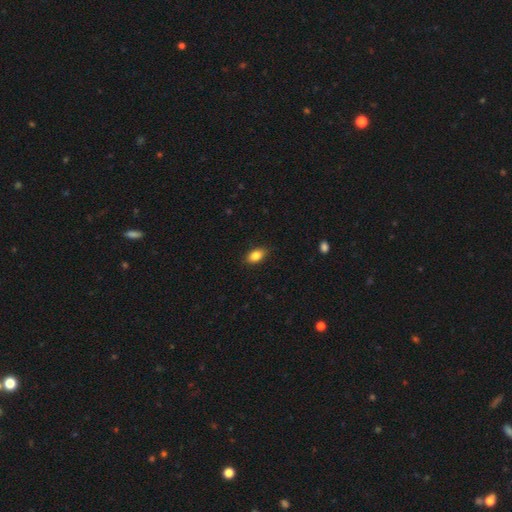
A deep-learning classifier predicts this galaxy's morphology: Smooth or featured? Predicted: smooth (p=0.85). How rounded? Predicted: in between (p=0.88). Merging? Predicted: none (p=0.87).